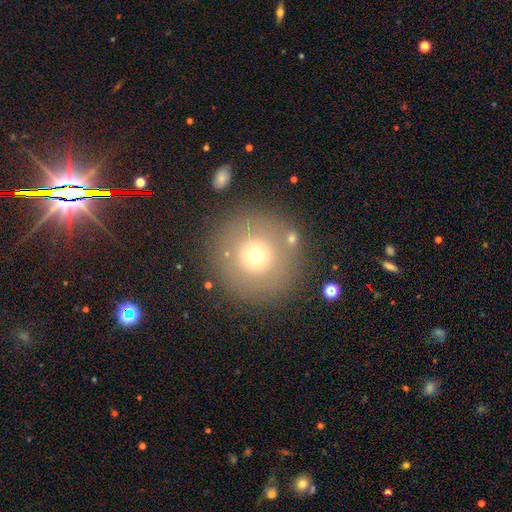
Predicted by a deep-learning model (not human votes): Q: Smooth or featured?
A: smooth (67%); runner-up: featured or disk (18%)
Q: How rounded?
A: round (96%); runner-up: in between (3%)
Q: Merging?
A: none (83%); runner-up: minor disturbance (8%)